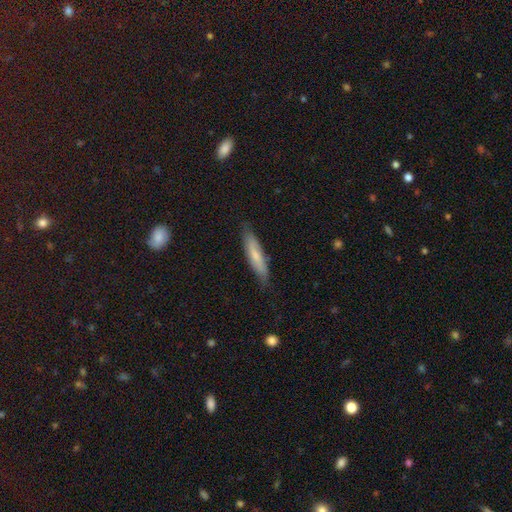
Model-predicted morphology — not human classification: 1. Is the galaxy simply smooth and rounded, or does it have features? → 67% smooth, 27% featured or disk, 6% star or artifact.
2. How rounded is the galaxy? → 81% cigar-shaped, 17% in between, 1% round.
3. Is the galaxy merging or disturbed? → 79% none, 17% minor disturbance, 3% major disturbance, 1% merger.